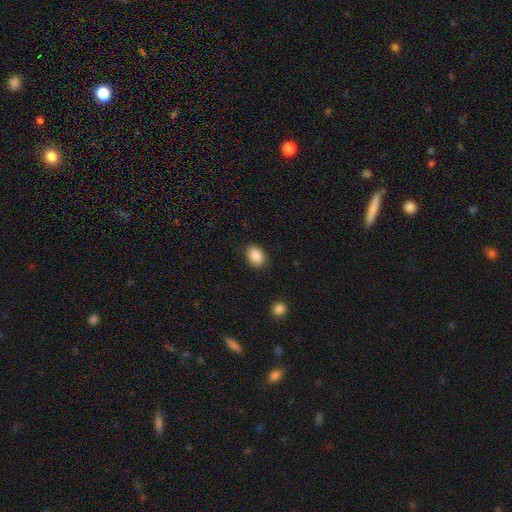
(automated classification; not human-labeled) Smooth or featured? smooth (89%)
How rounded? in between (76%)
Merging? none (84%)